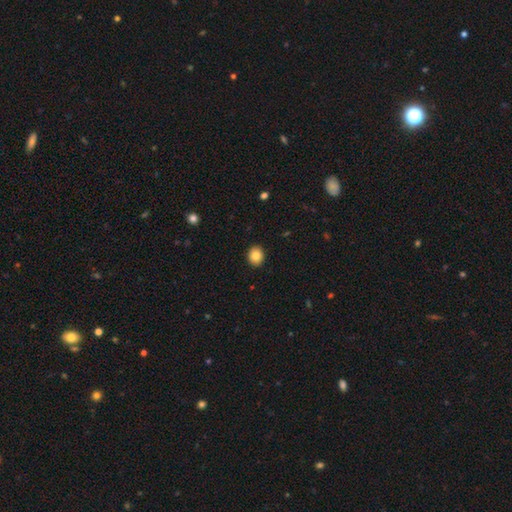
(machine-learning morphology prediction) This appears to be a smooth galaxy with no disk features (85%) that is round (66%). Merging: none (91%).